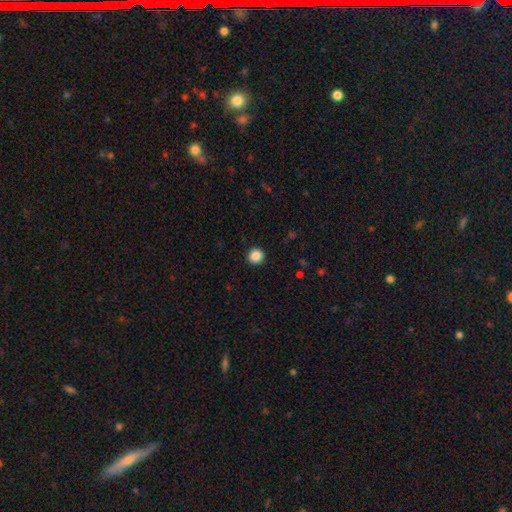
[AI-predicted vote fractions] smooth 87%, star or artifact 10%, featured or disk 3%. Down the decision tree: how rounded — round (90%); merging — none (92%).